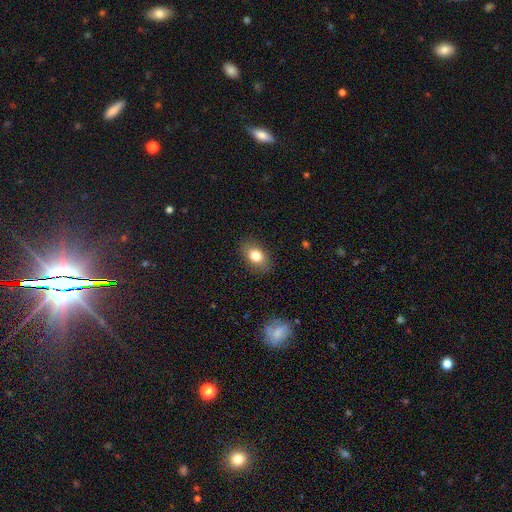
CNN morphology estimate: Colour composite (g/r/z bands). It shows a smooth galaxy with no disk features (81%) that is in between round and cigar-shaped (79%). Merging: none (85%).